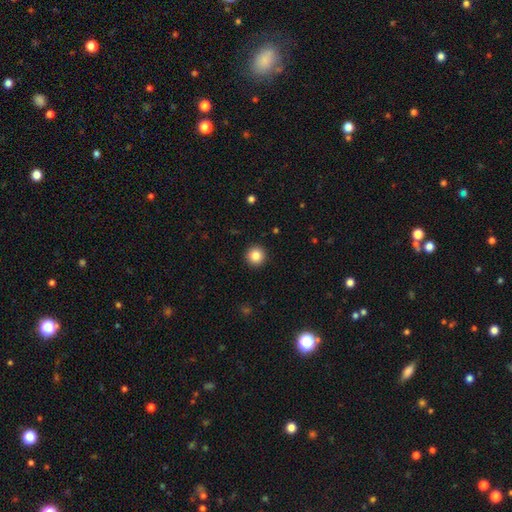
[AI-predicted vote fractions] Smooth or featured?
  - smooth: 84% *
  - star or artifact: 10%
  - featured or disk: 6%
How rounded?
  - round: 96% *
  - in between: 3%
  - cigar-shaped: 1%
Merging?
  - none: 93% *
  - minor disturbance: 4%
  - major disturbance: 2%
  - merger: 1%